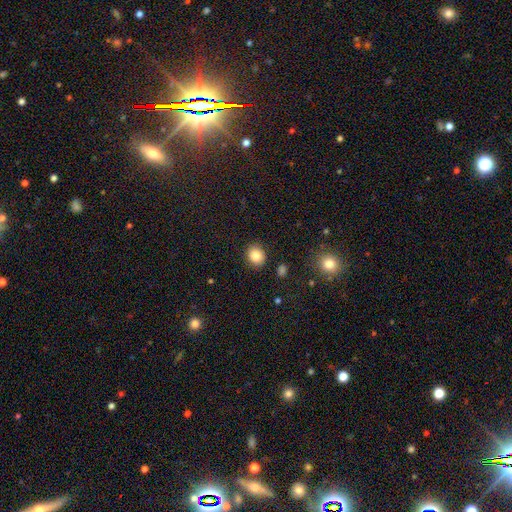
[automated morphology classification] This is clearly a smooth galaxy (85%). How rounded: likely round (75%). Merging: clearly none (88%).